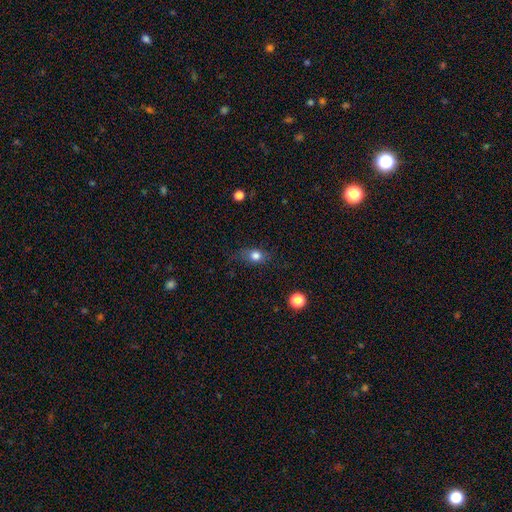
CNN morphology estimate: Smooth or featured?
  - smooth: 79% *
  - star or artifact: 11%
  - featured or disk: 10%
How rounded?
  - in between: 55% *
  - round: 41%
  - cigar-shaped: 5%
Merging?
  - none: 70% *
  - minor disturbance: 21%
  - major disturbance: 7%
  - merger: 1%